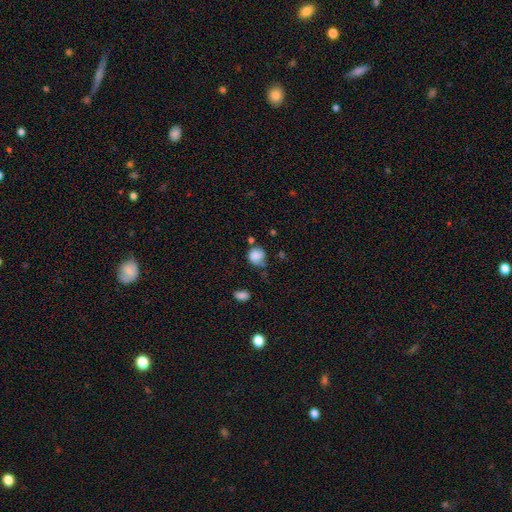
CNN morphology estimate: Smooth or featured? Predicted: smooth (p=0.83). How rounded? Predicted: round (p=0.80). Merging? Predicted: none (p=0.51).